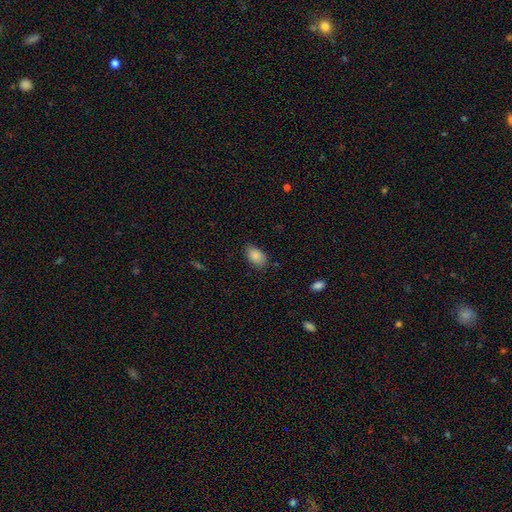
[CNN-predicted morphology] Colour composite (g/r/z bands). It shows a smooth galaxy with no disk features (87%) that is in between round and cigar-shaped (92%). Merging: none (79%).